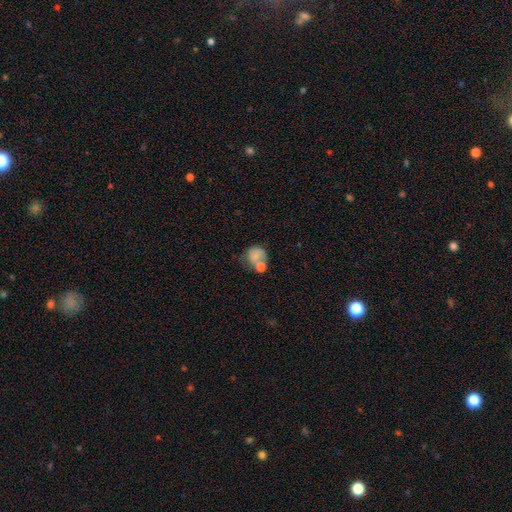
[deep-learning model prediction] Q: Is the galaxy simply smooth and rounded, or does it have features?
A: smooth — 71%.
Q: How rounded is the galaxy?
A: round — 71%.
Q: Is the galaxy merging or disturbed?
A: merger — 35%.